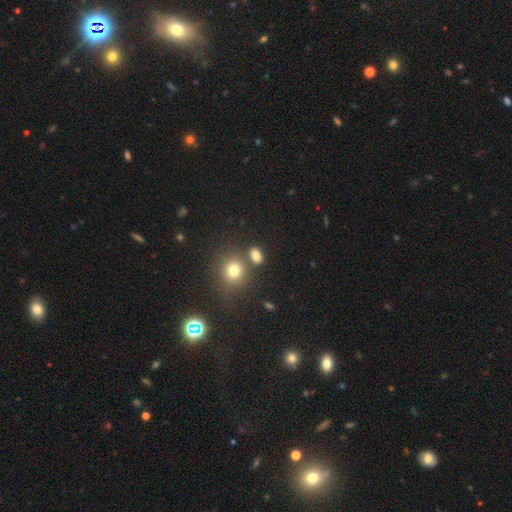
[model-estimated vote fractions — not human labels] Q: Smooth or featured?
A: smooth (79%); runner-up: star or artifact (14%)
Q: How rounded?
A: in between (69%); runner-up: round (29%)
Q: Merging?
A: none (66%); runner-up: merger (19%)